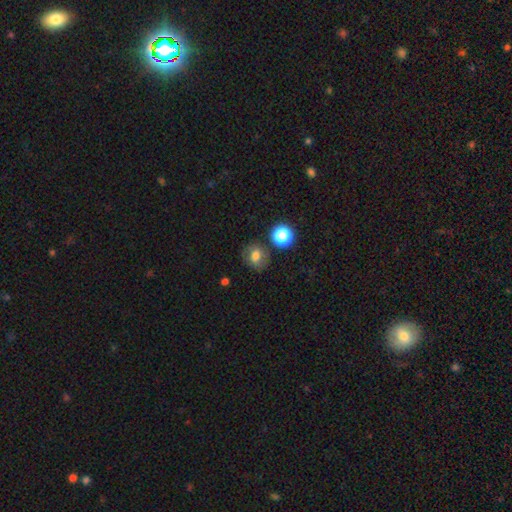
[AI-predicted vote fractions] smooth-or-featured: smooth: 65% | featured or disk: 21% | star or artifact: 14%
  how-rounded: round: 66% | in between: 33% | cigar-shaped: 1%
  merging: none: 72% | minor disturbance: 17% | major disturbance: 6% | merger: 5%